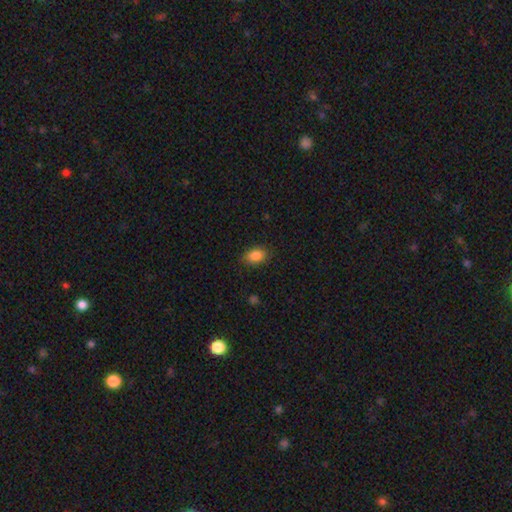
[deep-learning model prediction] Smooth or featured: smooth — 86% (star or artifact — 8%)
How rounded: in between — 83% (round — 15%)
Merging: none — 84% (minor disturbance — 12%)